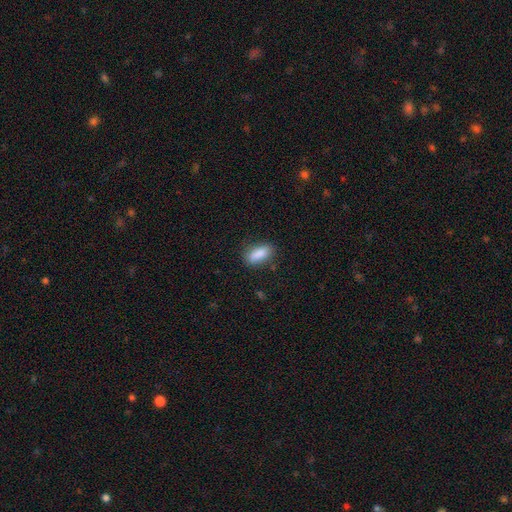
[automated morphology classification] Q: Smooth or featured?
A: smooth (87%); runner-up: star or artifact (7%)
Q: How rounded?
A: in between (81%); runner-up: cigar-shaped (15%)
Q: Merging?
A: none (81%); runner-up: minor disturbance (14%)